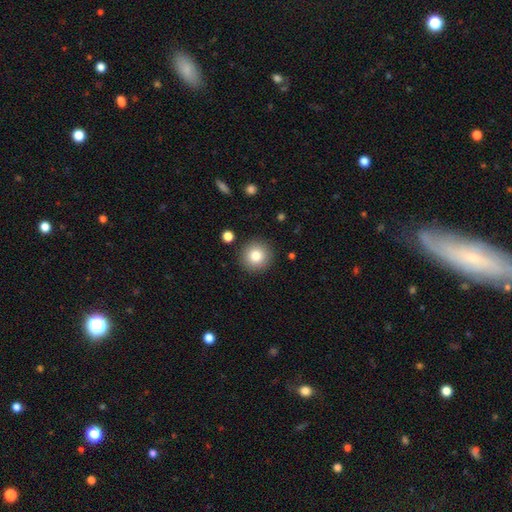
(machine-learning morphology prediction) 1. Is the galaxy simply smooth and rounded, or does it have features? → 81% smooth, 10% star or artifact, 8% featured or disk.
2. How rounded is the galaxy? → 95% round, 4% in between, 1% cigar-shaped.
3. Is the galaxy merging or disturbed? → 90% none, 6% minor disturbance, 2% major disturbance, 2% merger.